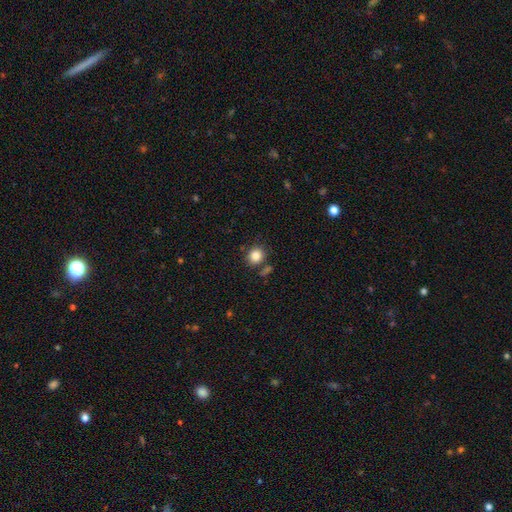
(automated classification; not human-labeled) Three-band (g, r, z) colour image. It shows a smooth galaxy with no disk features (85%) that is round (82%). Merging: none (78%).